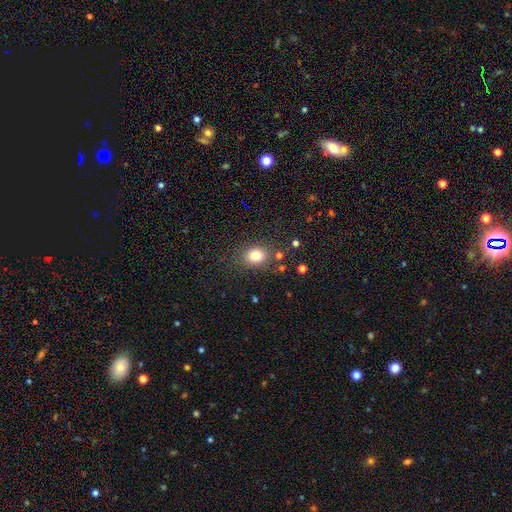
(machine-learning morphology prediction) Q: Smooth or featured?
A: smooth (81%); runner-up: star or artifact (12%)
Q: How rounded?
A: round (54%); runner-up: in between (45%)
Q: Merging?
A: none (80%); runner-up: minor disturbance (11%)